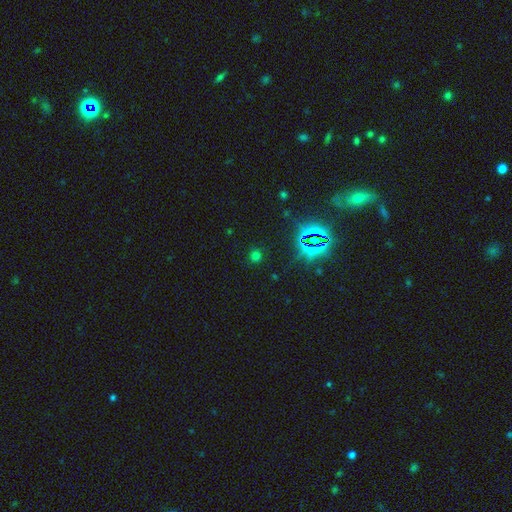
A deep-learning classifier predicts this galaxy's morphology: smooth-or-featured: smooth: 53% | star or artifact: 41% | featured or disk: 6%
  how-rounded: round: 88% | in between: 11% | cigar-shaped: 1%
  merging: none: 85% | minor disturbance: 9% | major disturbance: 4% | merger: 2%